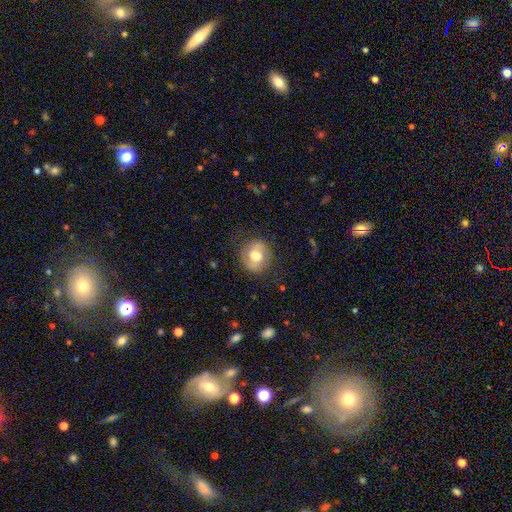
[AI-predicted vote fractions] The model was most divided on "smooth or featured": smooth: 63%, featured or disk: 30%, star or artifact: 8%. More confident: merging — none (77%); how rounded — round (72%).